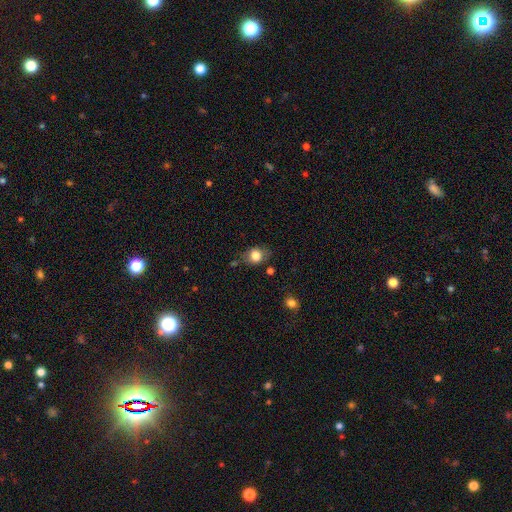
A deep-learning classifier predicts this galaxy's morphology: A smooth galaxy with no disk features (81%) that is round (56%).

Vote fractions:
- Smooth or featured? smooth: 81% / featured or disk: 10% / star or artifact: 9%
- How rounded? round: 56% / in between: 43% / cigar-shaped: 1%
- Merging? none: 70% / minor disturbance: 20% / major disturbance: 6% / merger: 4%